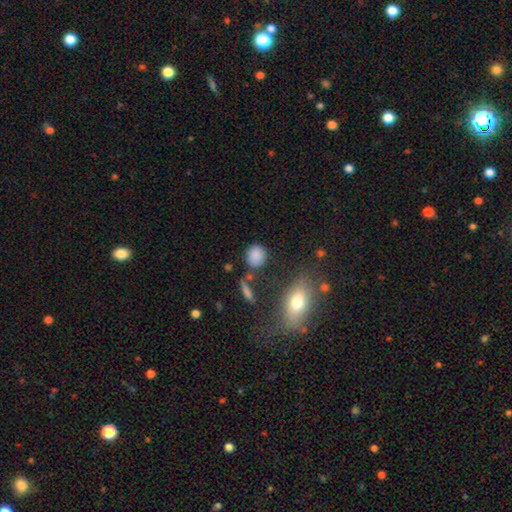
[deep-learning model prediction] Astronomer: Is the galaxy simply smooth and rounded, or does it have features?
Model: smooth — 85%.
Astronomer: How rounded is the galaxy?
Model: round — 77%.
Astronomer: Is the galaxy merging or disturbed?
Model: none — 77%.